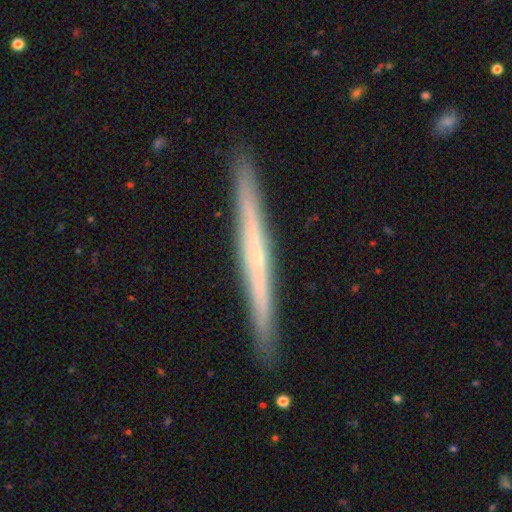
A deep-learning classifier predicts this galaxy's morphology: type=featured or disk (70%); edge-on=yes (97%); edge-on bulge=none (62%); merging=none (92%).